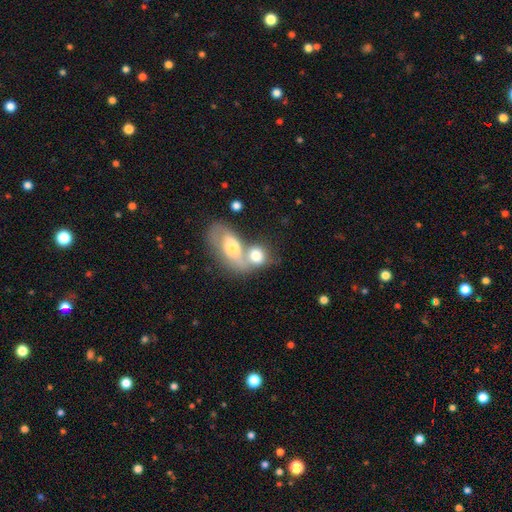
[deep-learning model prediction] smooth 66%, featured or disk 26%, star or artifact 7%. Down the decision tree: how rounded — in between (67%); merging — merger (67%).